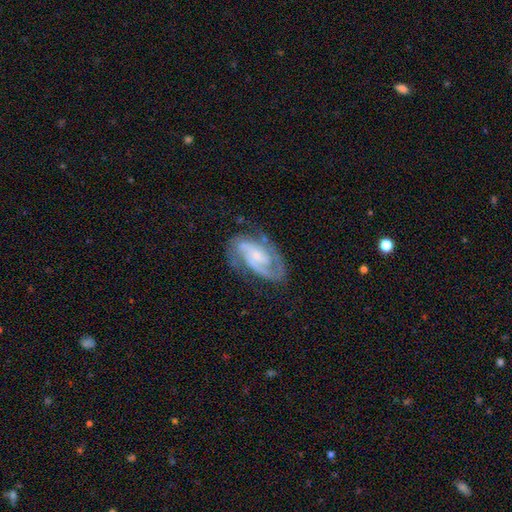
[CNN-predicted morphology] A featured or disk galaxy (86%) with no bar (46%), 2 (79%) medium (45%) spiral arms (96%) and a small central bulge (58%).

Vote fractions:
- Smooth or featured? featured or disk: 86% / smooth: 8% / star or artifact: 6%
- Edge-on disk? no: 96% / yes: 4%
- Bar? no: 46% / weak: 38% / strong: 16%
- Spiral arms? yes: 96% / no: 4%
- Spiral winding? medium: 45% / tight: 43% / loose: 12%
- Spiral arm count? 2: 79% / can't tell: 8% / 3: 6% / 1: 4% / 4: 2% / more than 4: 2%
- Bulge size? small: 58% / moderate: 22% / none: 15% / large: 3% / dominant: 1%
- Merging? none: 69% / minor disturbance: 19% / major disturbance: 10% / merger: 2%